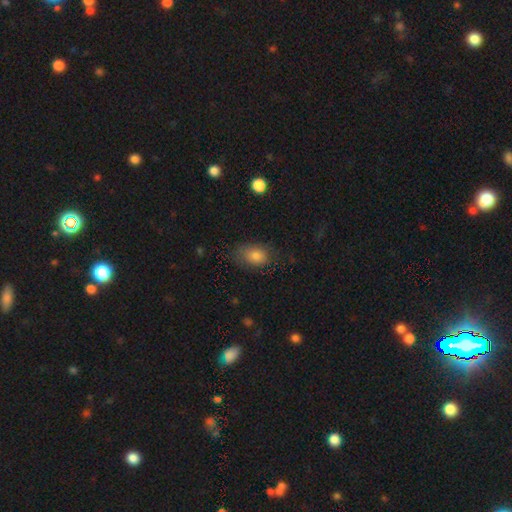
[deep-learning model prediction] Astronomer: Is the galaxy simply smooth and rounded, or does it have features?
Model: smooth — 81%.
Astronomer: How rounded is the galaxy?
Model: in between — 82%.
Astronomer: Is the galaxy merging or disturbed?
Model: none — 68%.